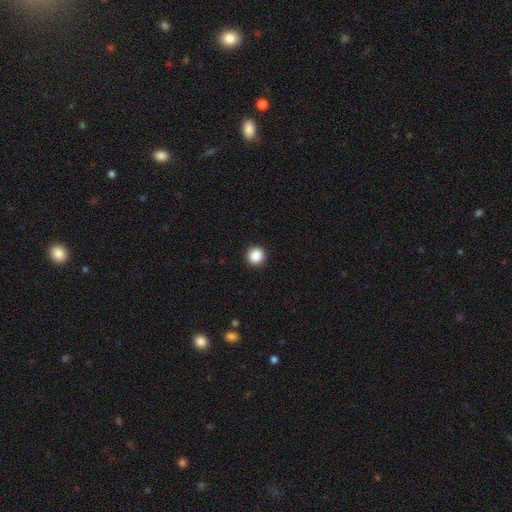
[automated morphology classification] A smooth galaxy with no disk features (88%) that is round (95%). Merging: none (93%).